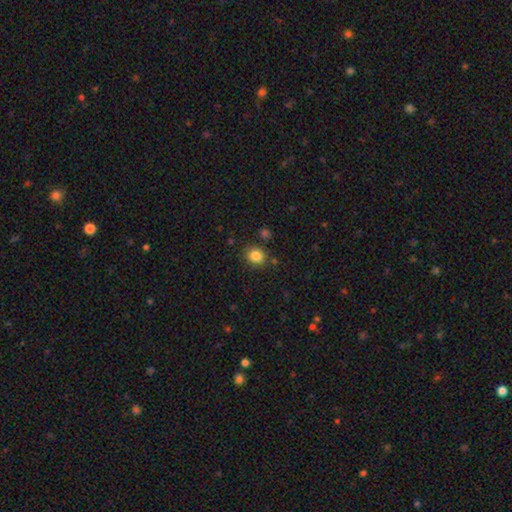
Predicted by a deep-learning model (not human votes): A smooth galaxy with no disk features (84%) that is round (72%). Merging: none (84%).